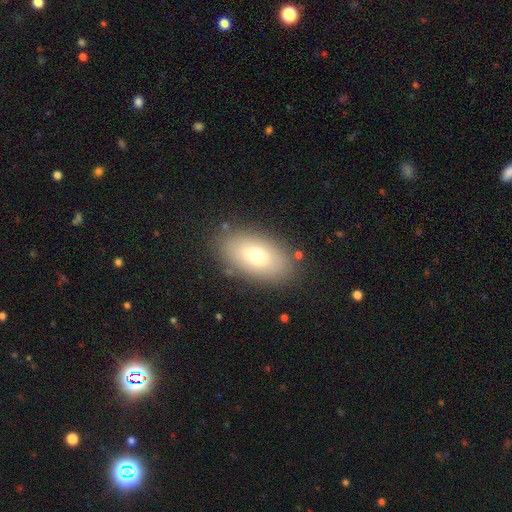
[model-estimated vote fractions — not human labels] Smooth or featured? Predicted: smooth (p=0.69). How rounded? Predicted: in between (p=0.91). Merging? Predicted: none (p=0.83).